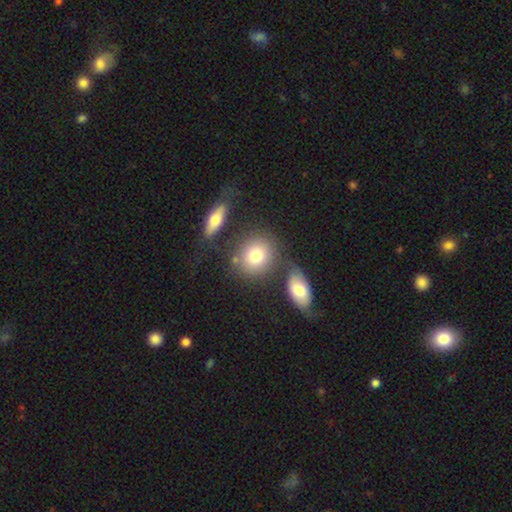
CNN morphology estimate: This appears to be a smooth galaxy with no disk features (77%) that is round (69%). Merging: none (68%).